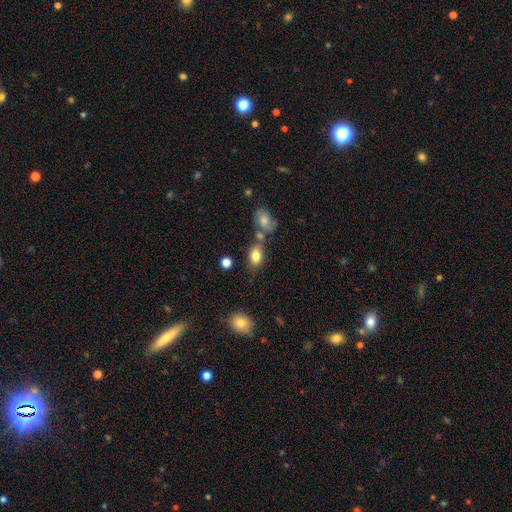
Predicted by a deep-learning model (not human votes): A smooth galaxy with no disk features (81%) that is in between round and cigar-shaped (80%).

Vote fractions:
- Smooth or featured? smooth: 81% / featured or disk: 10% / star or artifact: 9%
- How rounded? in between: 80% / round: 18% / cigar-shaped: 2%
- Merging? none: 57% / merger: 20% / minor disturbance: 17% / major disturbance: 6%